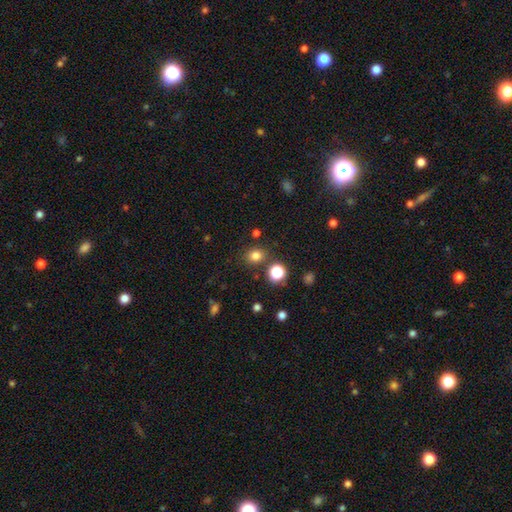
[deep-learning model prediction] Q: Smooth or featured?
A: smooth (79%); runner-up: star or artifact (16%)
Q: How rounded?
A: round (71%); runner-up: in between (29%)
Q: Merging?
A: none (82%); runner-up: minor disturbance (9%)